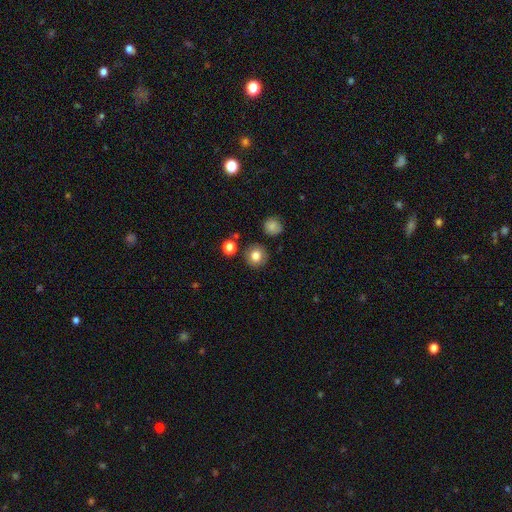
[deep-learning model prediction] Overall: smooth (81%). How rounded: round (91%). Merging: none (86%).